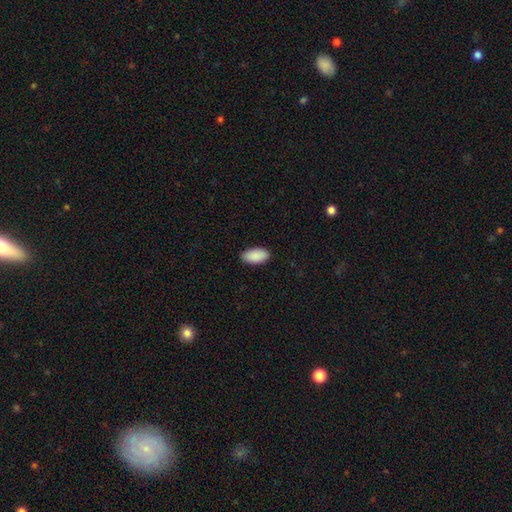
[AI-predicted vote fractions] The model was most divided on "merging": none: 89%, minor disturbance: 8%, major disturbance: 2%, merger: 1%. More confident: how rounded — in between (95%); smooth or featured — smooth (91%).